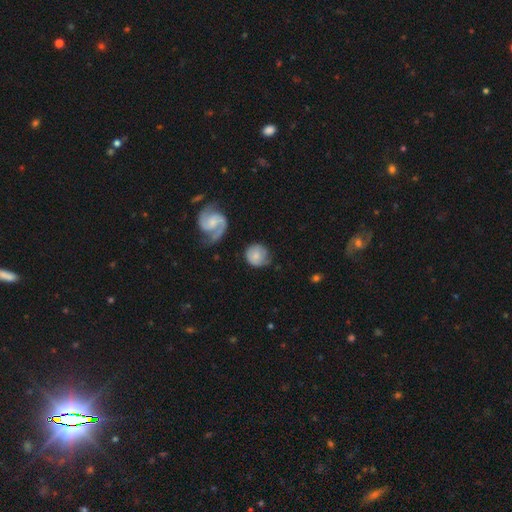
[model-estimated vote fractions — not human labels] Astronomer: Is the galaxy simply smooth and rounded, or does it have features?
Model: smooth — 56% (runner-up: featured or disk, 37%).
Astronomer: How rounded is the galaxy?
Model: round — 85%.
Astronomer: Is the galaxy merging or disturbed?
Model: none — 66%.